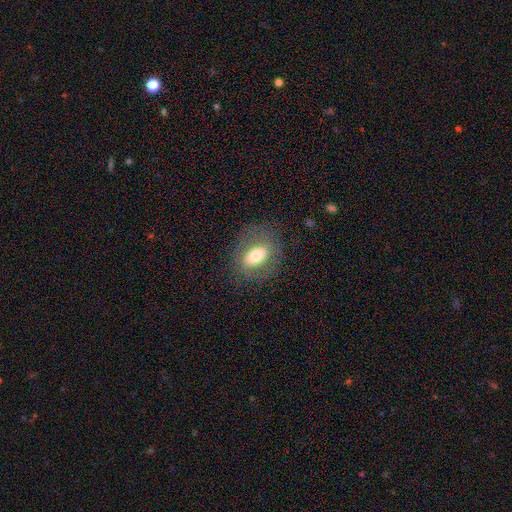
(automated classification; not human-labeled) smooth-or-featured: smooth: 55% | featured or disk: 36% | star or artifact: 9%
  how-rounded: in between: 72% | round: 26% | cigar-shaped: 2%
  merging: none: 74% | minor disturbance: 15% | major disturbance: 10% | merger: 1%